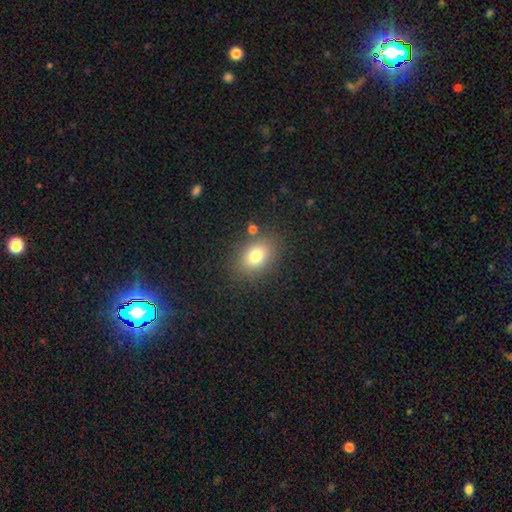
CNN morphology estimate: This appears to be a smooth galaxy with no disk features (78%) that is in between round and cigar-shaped (68%). Merging: none (81%).